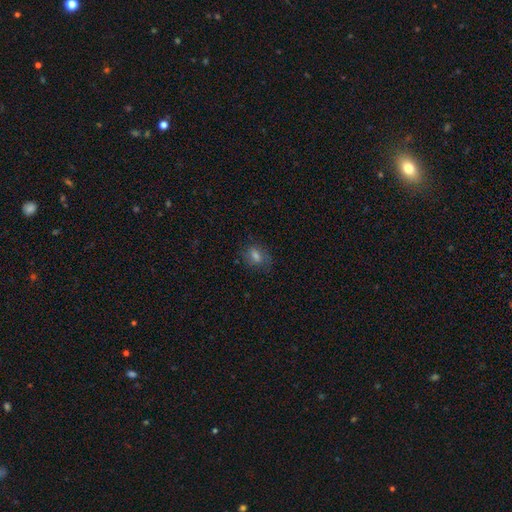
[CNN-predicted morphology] smooth_or_featured: smooth (p=0.56) [alt: featured or disk p=0.22]
how_rounded: in between (p=0.62) [alt: round p=0.35]
merging: none (p=0.71) [alt: minor disturbance p=0.18]